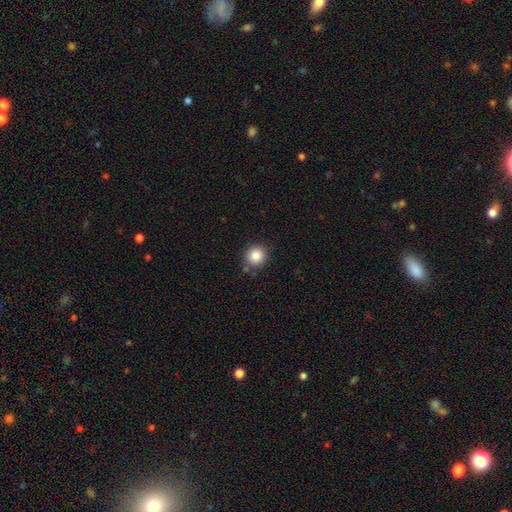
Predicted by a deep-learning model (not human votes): Smooth or featured: smooth — 86% (star or artifact — 10%)
How rounded: round — 91% (in between — 8%)
Merging: none — 81% (minor disturbance — 12%)